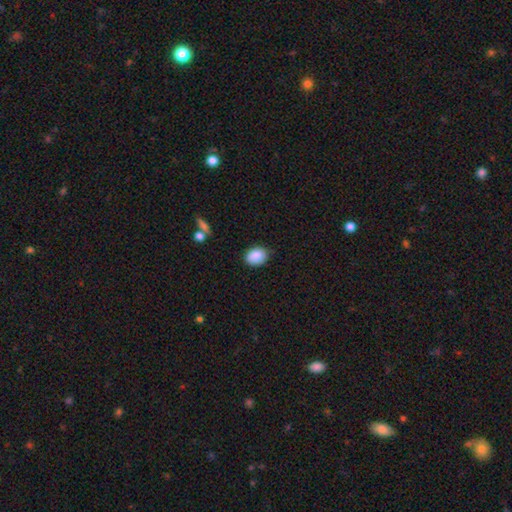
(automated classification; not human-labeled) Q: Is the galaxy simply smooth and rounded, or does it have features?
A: smooth — 88%.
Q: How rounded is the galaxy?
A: in between — 68%.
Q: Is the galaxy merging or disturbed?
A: none — 80%.